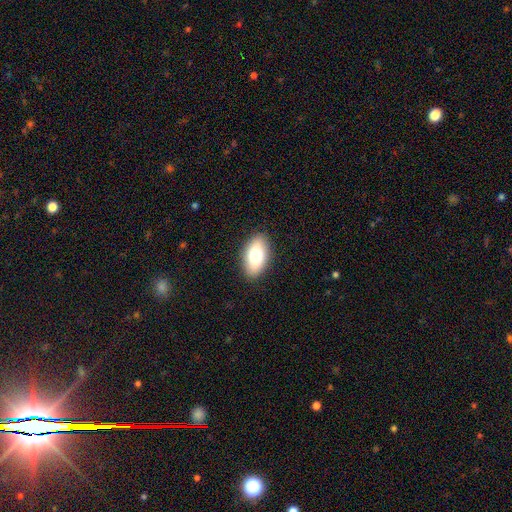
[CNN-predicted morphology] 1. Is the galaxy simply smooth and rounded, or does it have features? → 77% smooth, 16% featured or disk, 7% star or artifact.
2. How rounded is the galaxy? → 93% in between, 4% round, 3% cigar-shaped.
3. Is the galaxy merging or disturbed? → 89% none, 8% minor disturbance, 2% major disturbance, 1% merger.